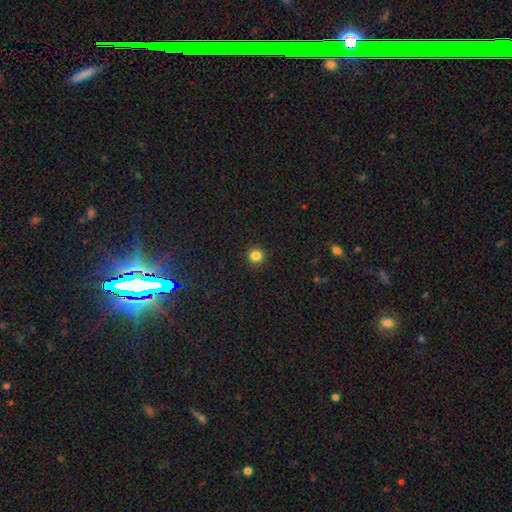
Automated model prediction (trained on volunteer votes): This is clearly a smooth galaxy (84%). How rounded: clearly round (95%). Merging: clearly none (93%).